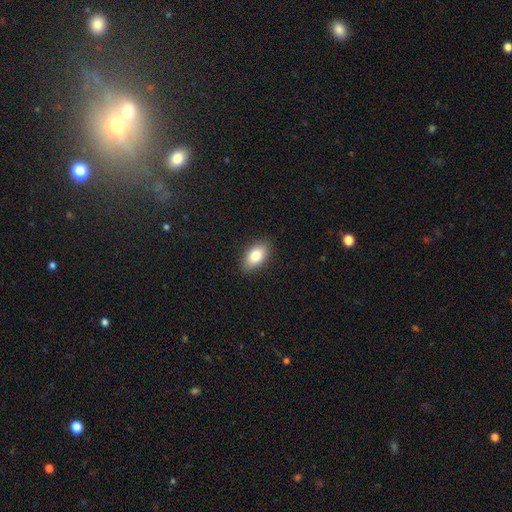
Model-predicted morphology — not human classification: This appears to be a smooth galaxy with no disk features (82%) that is in between round and cigar-shaped (91%). Merging: none (88%).